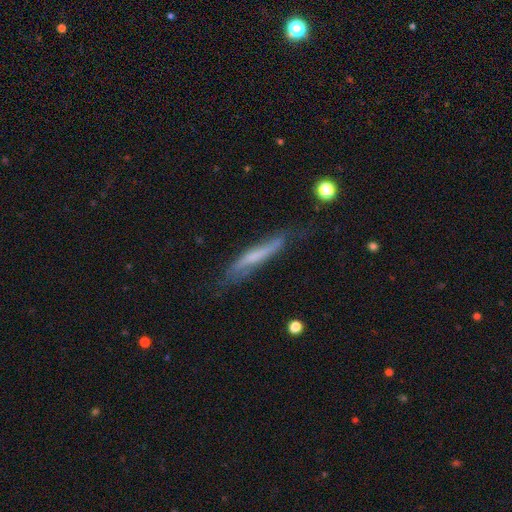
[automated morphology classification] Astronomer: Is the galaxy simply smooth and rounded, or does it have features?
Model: featured or disk — 49% (runner-up: smooth, 44%).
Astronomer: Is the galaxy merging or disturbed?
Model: none — 62%.